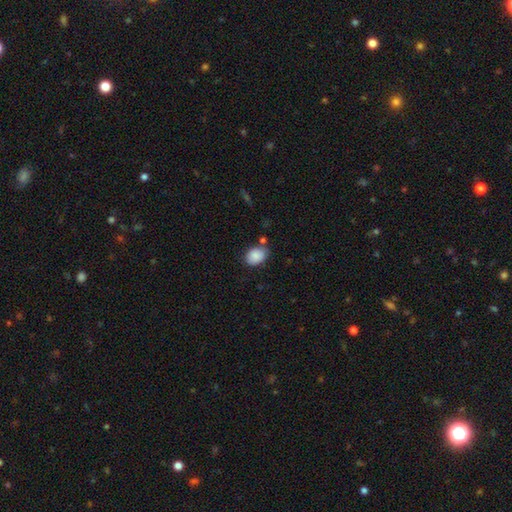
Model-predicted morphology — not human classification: Smooth or featured? smooth (88%)
How rounded? in between (71%)
Merging? none (73%)